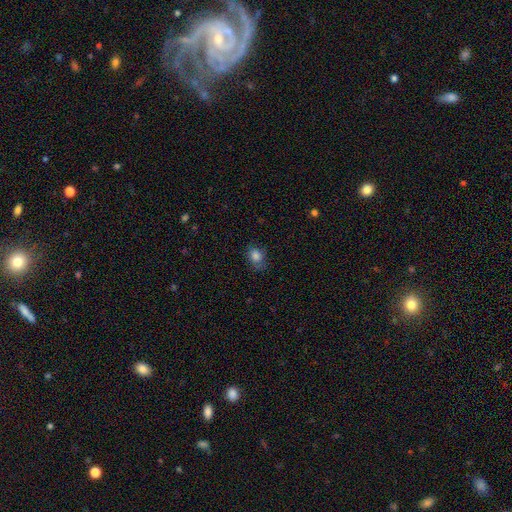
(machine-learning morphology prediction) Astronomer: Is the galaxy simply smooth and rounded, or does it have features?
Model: smooth — 81%.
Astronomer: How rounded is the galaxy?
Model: in between — 58% (runner-up: round, 41%).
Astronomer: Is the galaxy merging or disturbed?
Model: none — 69%.